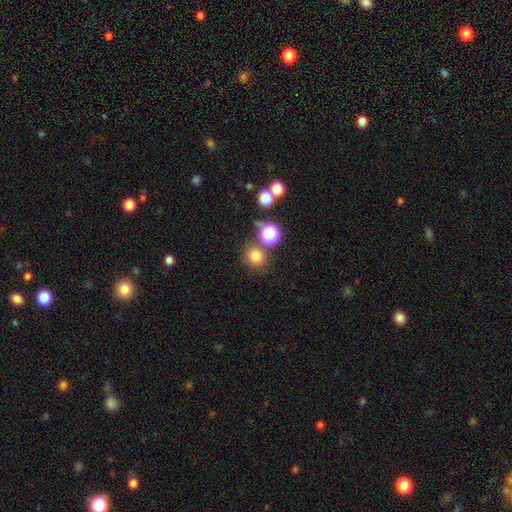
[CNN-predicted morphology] smooth-or-featured: smooth: 76% | star or artifact: 17% | featured or disk: 7%
  how-rounded: round: 87% | in between: 12% | cigar-shaped: 1%
  merging: none: 73% | merger: 14% | minor disturbance: 9% | major disturbance: 4%